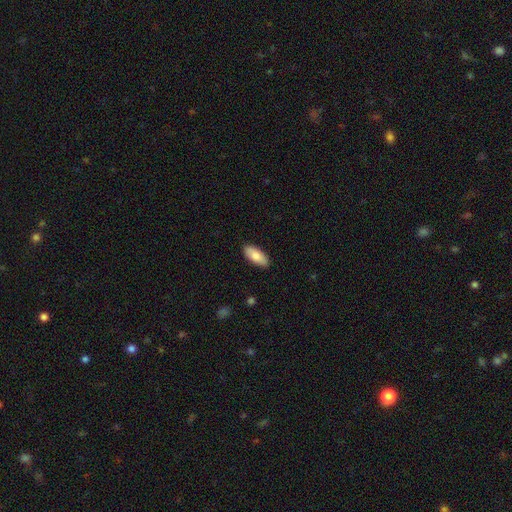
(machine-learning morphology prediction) smooth_or_featured: smooth (p=0.82) [alt: featured or disk p=0.12]
how_rounded: in between (p=0.85) [alt: cigar-shaped p=0.13]
merging: none (p=0.88) [alt: minor disturbance p=0.09]